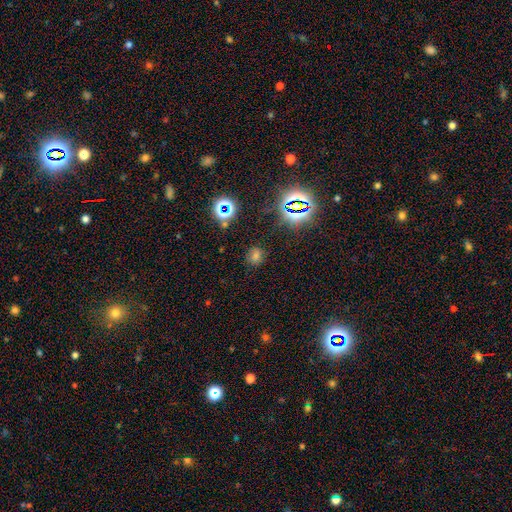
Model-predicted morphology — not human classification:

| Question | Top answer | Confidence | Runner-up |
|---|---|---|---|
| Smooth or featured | smooth | 53% | star or artifact (39%) |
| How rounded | round | 83% | in between (15%) |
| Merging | none | 85% | minor disturbance (9%) |